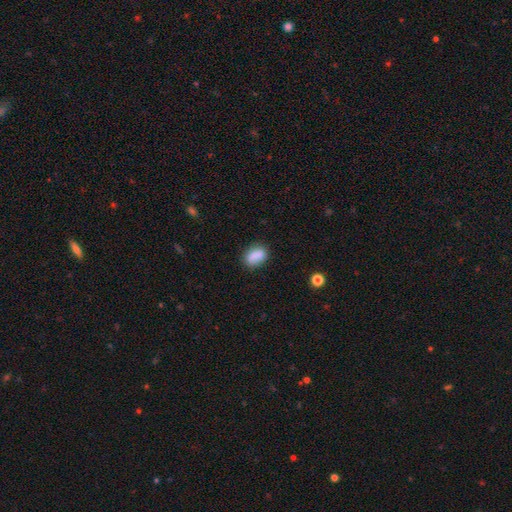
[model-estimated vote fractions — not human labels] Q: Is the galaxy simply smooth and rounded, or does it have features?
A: smooth — 86%.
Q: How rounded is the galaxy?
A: in between — 81%.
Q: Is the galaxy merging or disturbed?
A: none — 76%.